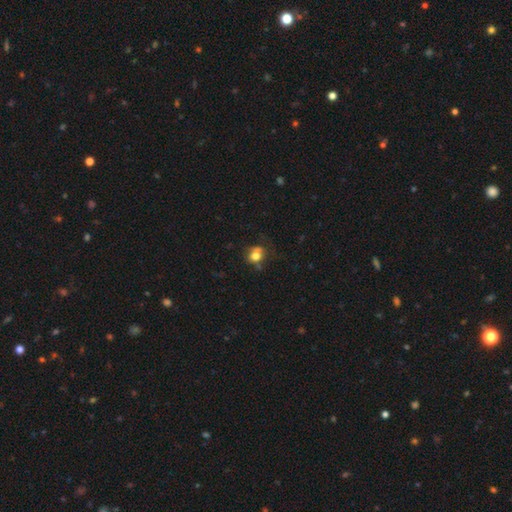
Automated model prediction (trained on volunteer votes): This appears to be a smooth galaxy with no disk features (72%) that is round (64%). Merging: none (51%).